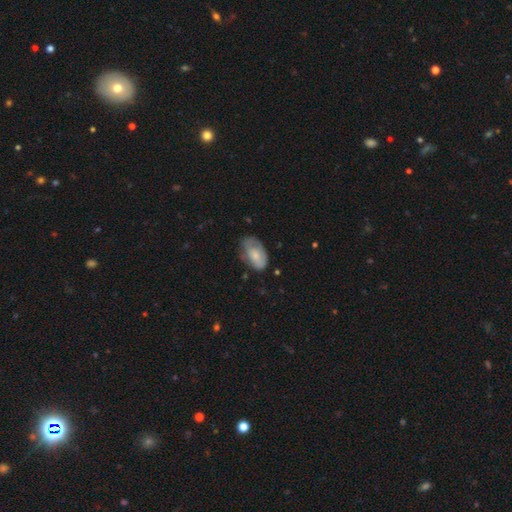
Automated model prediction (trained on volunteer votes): This is likely a smooth galaxy (64%). How rounded: clearly in between (92%). Merging: possibly none (50%).